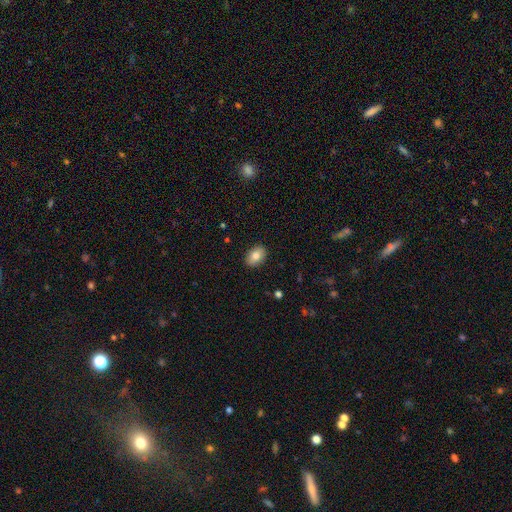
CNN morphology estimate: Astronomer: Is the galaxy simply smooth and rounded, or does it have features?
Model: smooth — 82%.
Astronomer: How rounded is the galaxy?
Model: in between — 85%.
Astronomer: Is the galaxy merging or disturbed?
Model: none — 90%.